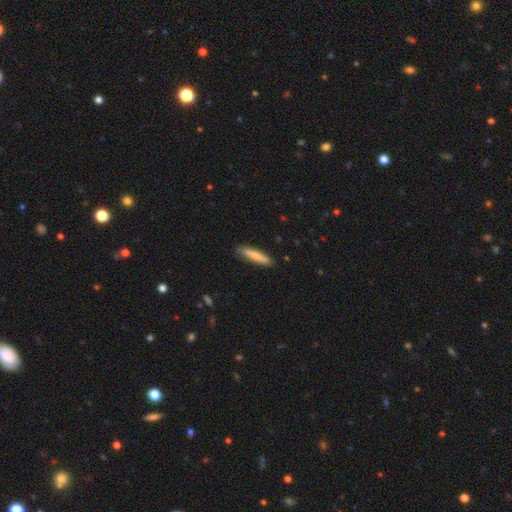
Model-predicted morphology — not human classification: smooth-or-featured: smooth: 77% | featured or disk: 17% | star or artifact: 6%
  how-rounded: cigar-shaped: 89% | in between: 10% | round: 1%
  merging: none: 85% | minor disturbance: 12% | major disturbance: 2% | merger: 1%